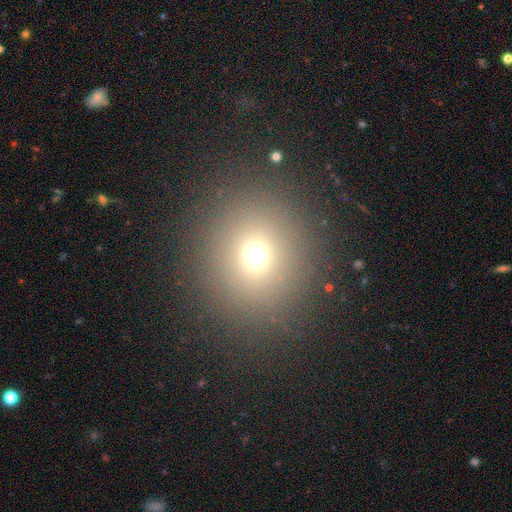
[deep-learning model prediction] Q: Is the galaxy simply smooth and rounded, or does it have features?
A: smooth — 68%.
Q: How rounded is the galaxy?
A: round — 87%.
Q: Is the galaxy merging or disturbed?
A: none — 88%.